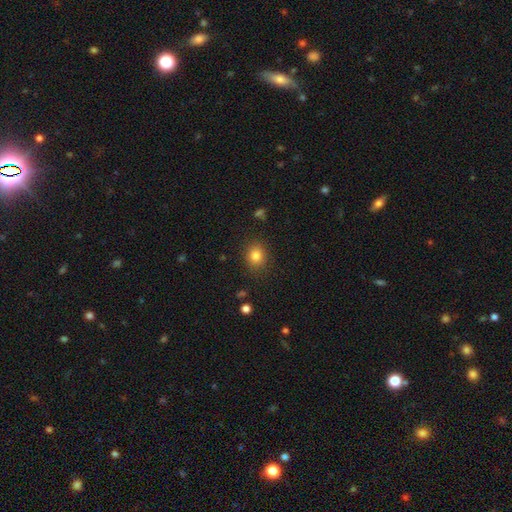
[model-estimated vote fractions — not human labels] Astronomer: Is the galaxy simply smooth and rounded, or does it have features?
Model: smooth — 83%.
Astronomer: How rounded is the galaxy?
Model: round — 71%.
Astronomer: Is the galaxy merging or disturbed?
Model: none — 85%.